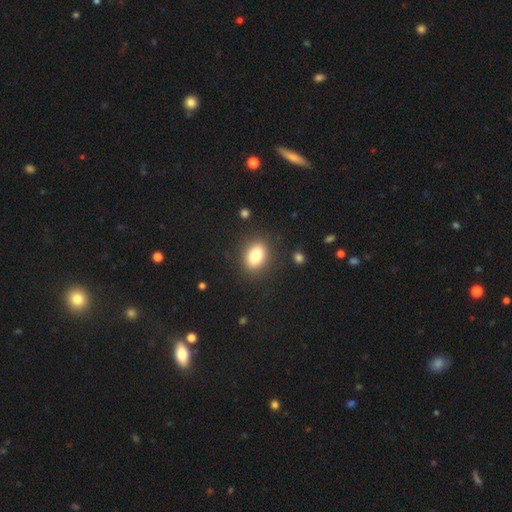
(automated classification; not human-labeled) smooth-or-featured: smooth: 83% | star or artifact: 9% | featured or disk: 8%
  how-rounded: in between: 73% | round: 25% | cigar-shaped: 2%
  merging: none: 87% | minor disturbance: 9% | major disturbance: 3% | merger: 2%